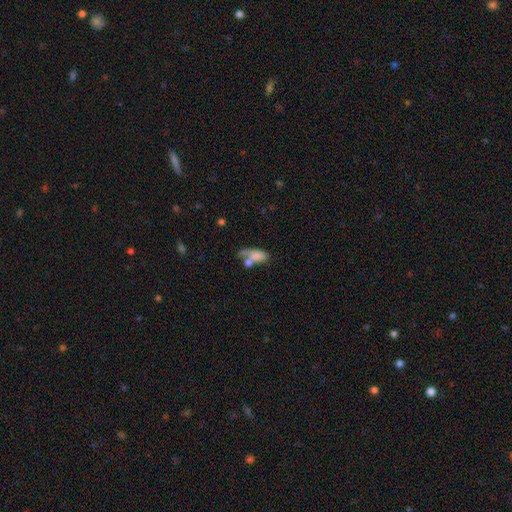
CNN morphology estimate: Q: Smooth or featured?
A: smooth (70%); runner-up: featured or disk (20%)
Q: How rounded?
A: in between (82%); runner-up: cigar-shaped (12%)
Q: Merging?
A: merger (38%); runner-up: none (25%)